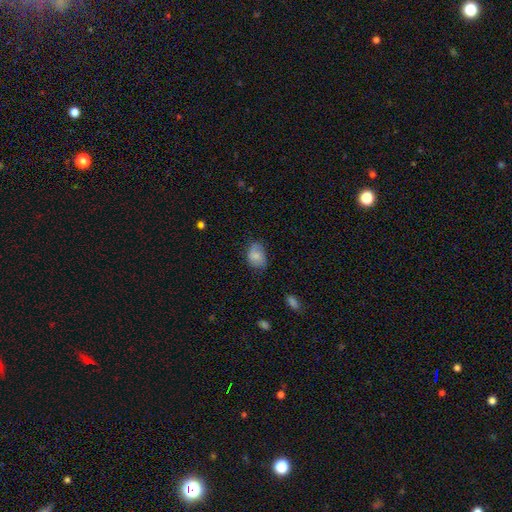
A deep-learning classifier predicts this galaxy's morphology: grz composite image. It shows a smooth galaxy with no disk features (77%) that is in between round and cigar-shaped (77%). Merging: none (60%).